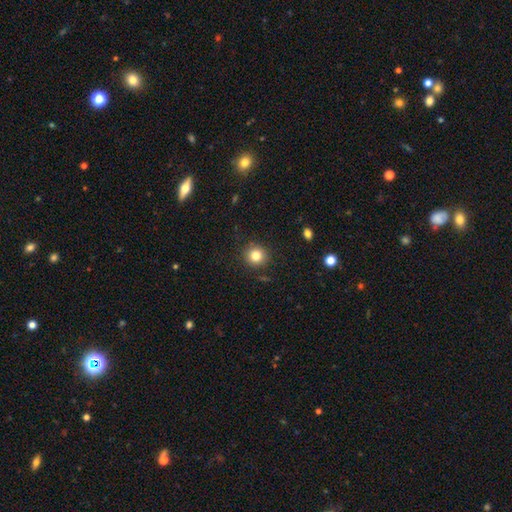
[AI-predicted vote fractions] smooth-or-featured: smooth: 82% | star or artifact: 12% | featured or disk: 7%
  how-rounded: round: 92% | in between: 7% | cigar-shaped: 1%
  merging: none: 90% | minor disturbance: 7% | major disturbance: 2% | merger: 1%